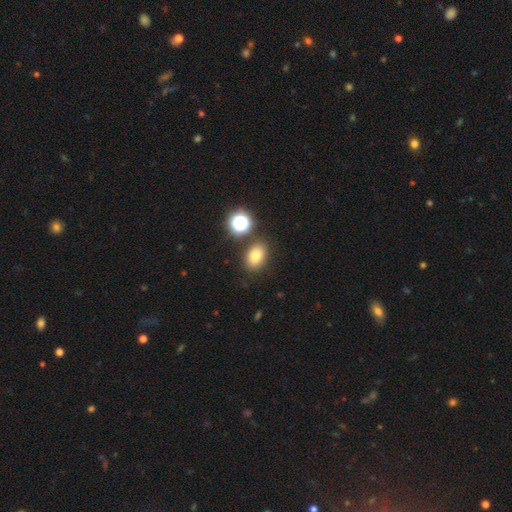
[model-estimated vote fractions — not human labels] Overall: smooth (76%). How rounded: in between (73%). Merging: none (81%).